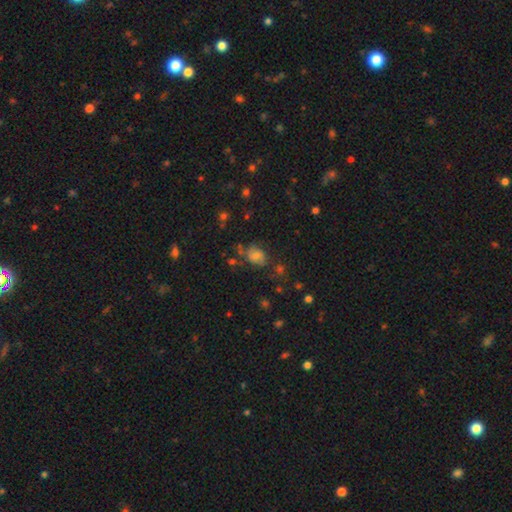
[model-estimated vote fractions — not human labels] This is possibly a smooth galaxy (48%). Merging: possibly none (59%).